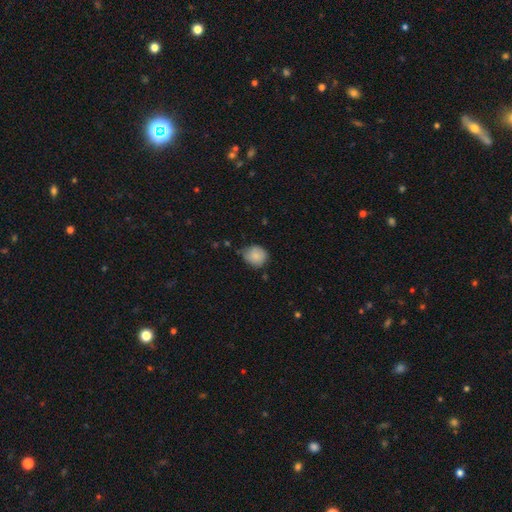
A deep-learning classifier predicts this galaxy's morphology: A smooth galaxy with no disk features (84%) that is round (77%).

Vote fractions:
- Smooth or featured? smooth: 84% / featured or disk: 8% / star or artifact: 8%
- How rounded? round: 77% / in between: 22% / cigar-shaped: 1%
- Merging? none: 59% / minor disturbance: 33% / major disturbance: 5% / merger: 3%